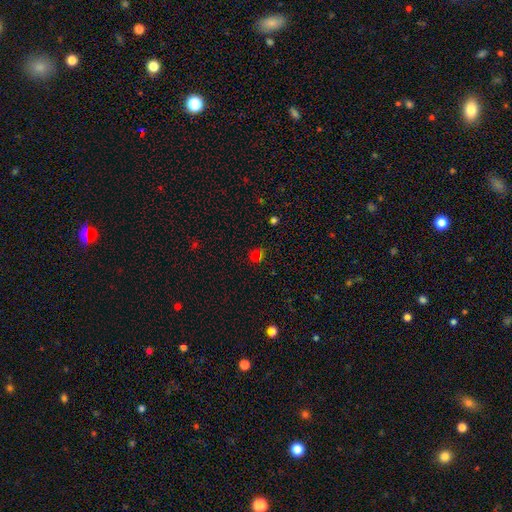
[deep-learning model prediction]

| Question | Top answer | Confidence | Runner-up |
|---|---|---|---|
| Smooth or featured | smooth | 62% | star or artifact (30%) |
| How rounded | round | 81% | in between (18%) |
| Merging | none | 65% | minor disturbance (17%) |